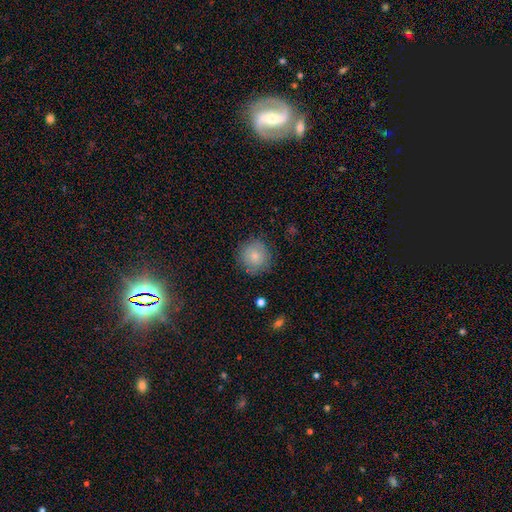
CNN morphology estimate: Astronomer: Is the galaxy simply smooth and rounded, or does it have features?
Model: smooth — 80%.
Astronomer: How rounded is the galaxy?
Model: round — 93%.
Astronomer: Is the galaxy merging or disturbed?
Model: none — 84%.